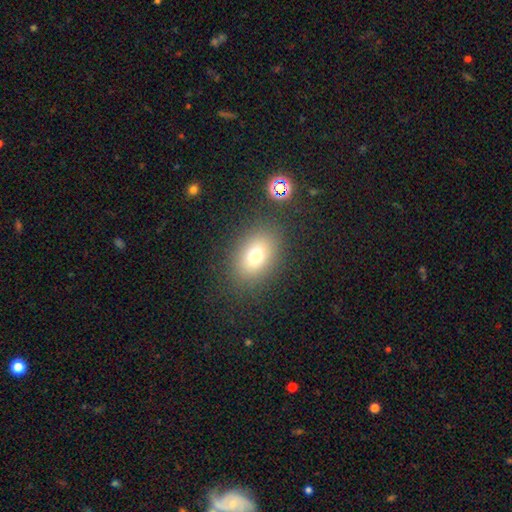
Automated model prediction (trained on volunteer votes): smooth 72%, star or artifact 15%, featured or disk 12%. Down the decision tree: how rounded — in between (69%); merging — none (83%).